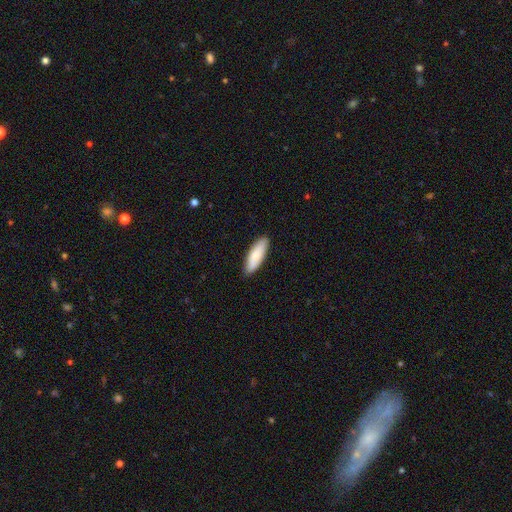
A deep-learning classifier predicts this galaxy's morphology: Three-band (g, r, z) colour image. It shows a smooth galaxy with no disk features (82%) that is in between round and cigar-shaped (52%). Merging: none (88%).